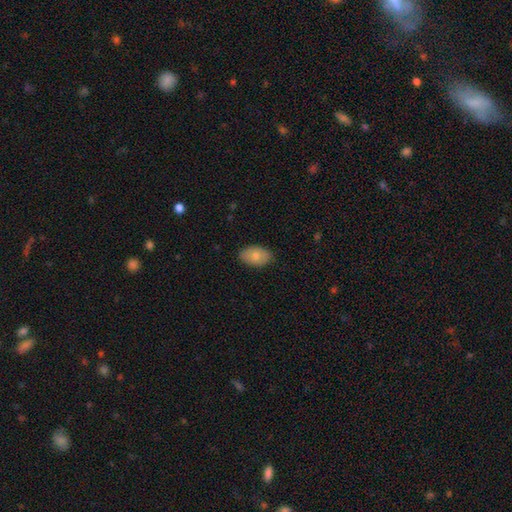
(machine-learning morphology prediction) Smooth or featured: smooth — 77% (featured or disk — 16%)
How rounded: in between — 89% (round — 10%)
Merging: none — 83% (minor disturbance — 14%)